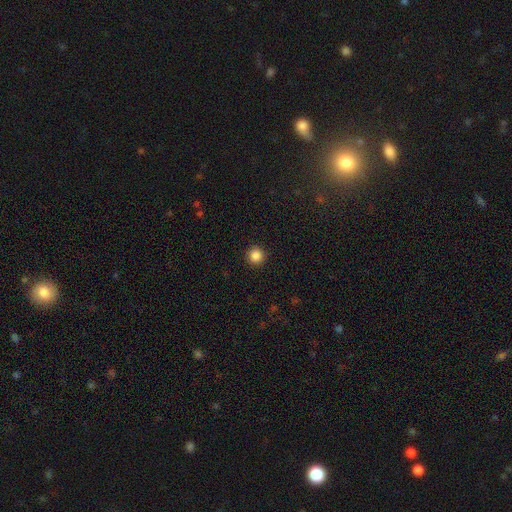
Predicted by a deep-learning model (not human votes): This appears to be a smooth galaxy with no disk features (86%) that is round (96%). Merging: none (93%).